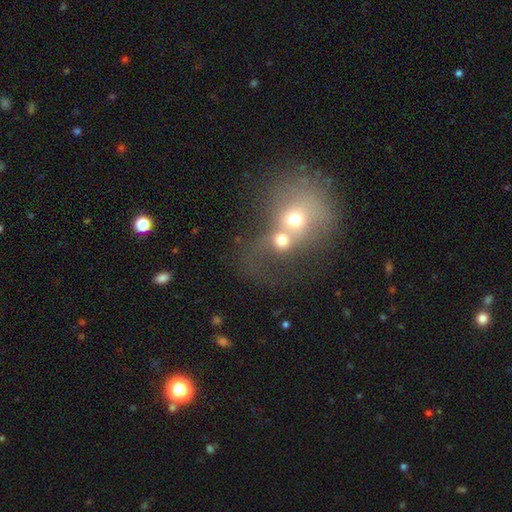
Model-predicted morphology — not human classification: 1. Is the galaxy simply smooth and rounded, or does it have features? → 50% smooth, 30% featured or disk, 21% star or artifact.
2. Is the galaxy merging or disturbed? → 77% merger, 11% none, 7% major disturbance, 5% minor disturbance.